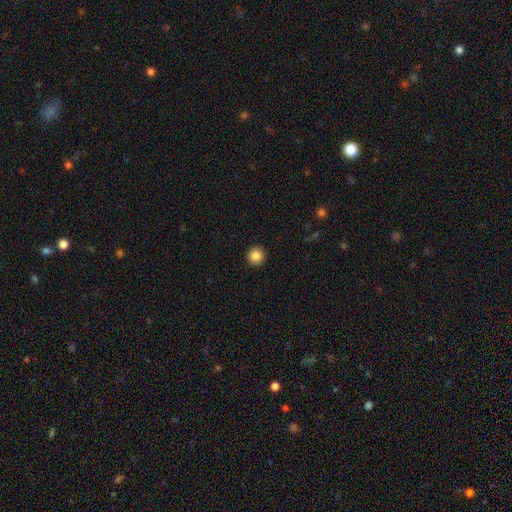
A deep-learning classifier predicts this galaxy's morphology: Smooth or featured? smooth (86%)
How rounded? round (95%)
Merging? none (93%)